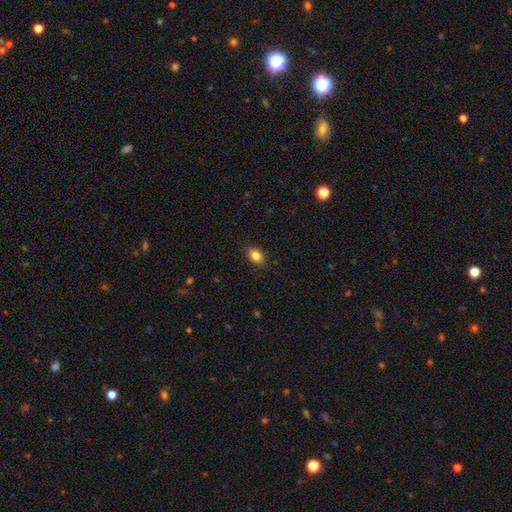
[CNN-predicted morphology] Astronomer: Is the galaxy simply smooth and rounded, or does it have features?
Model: smooth — 85%.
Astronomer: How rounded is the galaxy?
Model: in between — 82%.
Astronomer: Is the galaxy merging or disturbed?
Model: none — 89%.